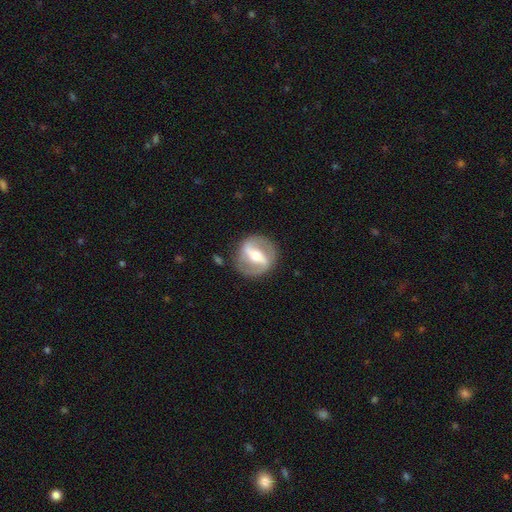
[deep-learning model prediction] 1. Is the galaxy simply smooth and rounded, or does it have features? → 79% featured or disk, 15% smooth, 5% star or artifact.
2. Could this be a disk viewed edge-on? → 92% no, 8% yes.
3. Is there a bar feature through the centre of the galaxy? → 69% strong, 21% weak, 9% no.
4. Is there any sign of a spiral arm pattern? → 68% yes, 32% no.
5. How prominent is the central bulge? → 65% moderate, 24% small, 8% large, 1% dominant, 1% none.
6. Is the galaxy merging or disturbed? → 84% none, 10% minor disturbance, 5% major disturbance, 2% merger.